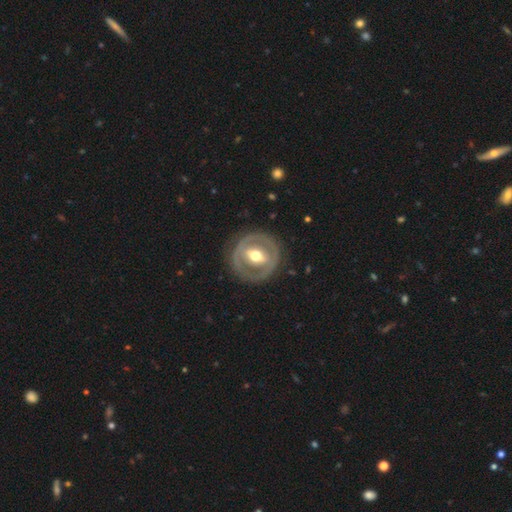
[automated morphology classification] A featured or disk galaxy (67%) with a strong bar (37%), no spiral arms (72%) and a moderate central bulge (73%). Merging: none (81%).